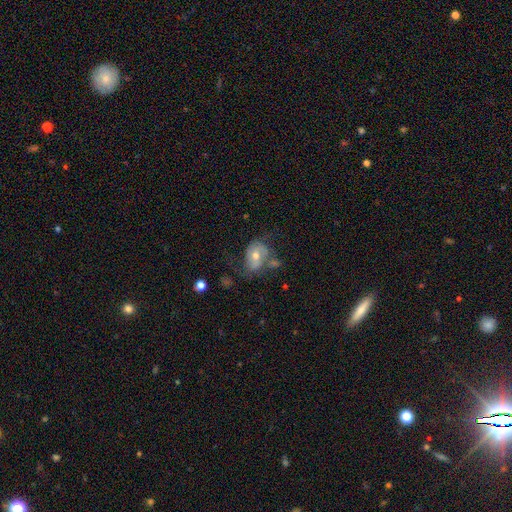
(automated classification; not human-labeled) Overall: featured or disk (48%; smooth 43%). Merging: none (36%; minor disturbance 26%).